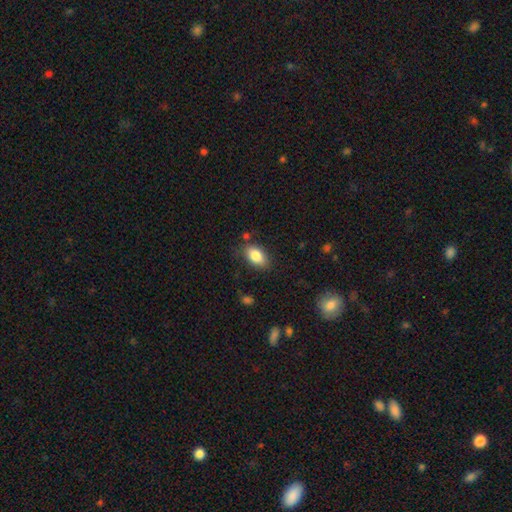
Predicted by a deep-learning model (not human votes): Smooth or featured? smooth (85%)
How rounded? in between (91%)
Merging? none (81%)